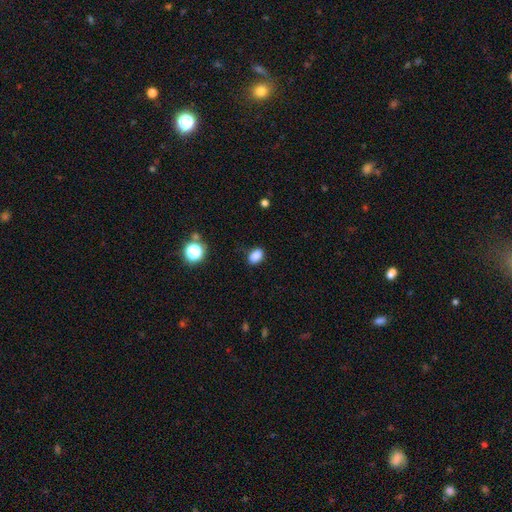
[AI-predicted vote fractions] Smooth or featured? Predicted: smooth (p=0.85). How rounded? Predicted: in between (p=0.78). Merging? Predicted: none (p=0.82).